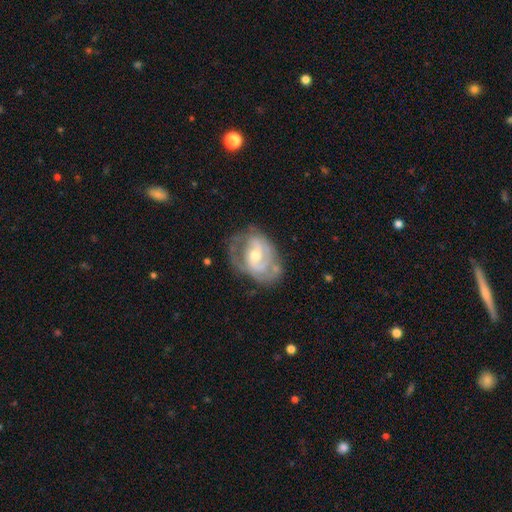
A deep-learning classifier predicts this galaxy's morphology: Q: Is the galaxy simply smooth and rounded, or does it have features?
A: featured or disk — 79%.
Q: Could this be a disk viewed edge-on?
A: no — 97%.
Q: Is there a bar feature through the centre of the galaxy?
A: no — 44%.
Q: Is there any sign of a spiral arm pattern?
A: yes — 84%.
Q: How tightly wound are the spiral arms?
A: tight — 47%.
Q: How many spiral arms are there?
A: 2 — 51%.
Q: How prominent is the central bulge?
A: moderate — 54%.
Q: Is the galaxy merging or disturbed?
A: none — 55%.